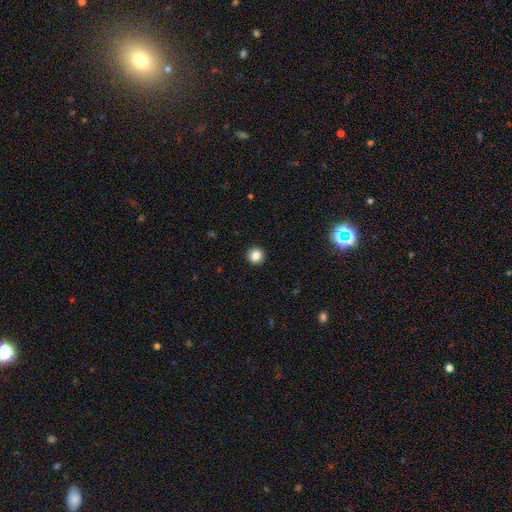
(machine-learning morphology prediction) This is clearly a smooth galaxy (85%). How rounded: clearly round (95%). Merging: clearly none (94%).